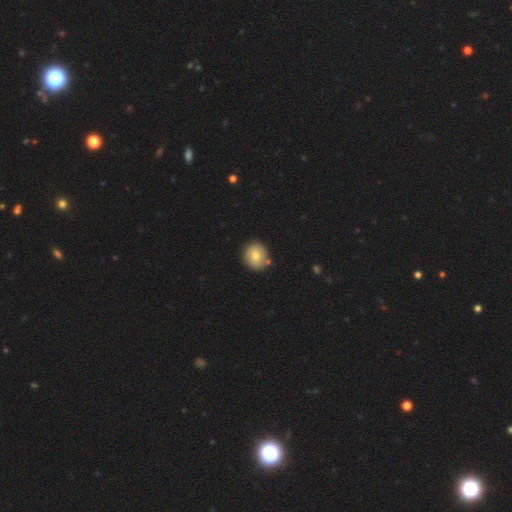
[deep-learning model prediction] smooth 77%, featured or disk 14%, star or artifact 8%. Down the decision tree: how rounded — round (81%); merging — none (82%).